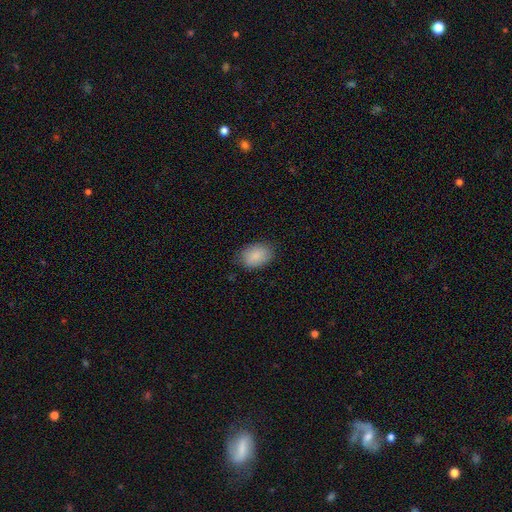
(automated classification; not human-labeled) This appears to be a smooth galaxy with no disk features (88%) that is in between round and cigar-shaped (86%). Merging: none (81%).